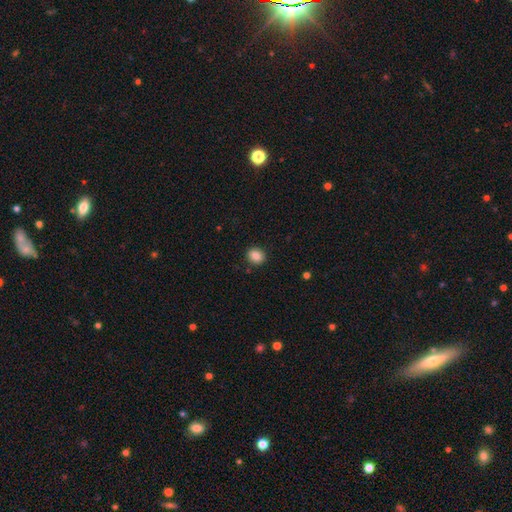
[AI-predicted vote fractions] Smooth or featured?
  - smooth: 85% *
  - star or artifact: 9%
  - featured or disk: 5%
How rounded?
  - round: 72% *
  - in between: 27%
  - cigar-shaped: 1%
Merging?
  - none: 90% *
  - minor disturbance: 7%
  - major disturbance: 2%
  - merger: 1%